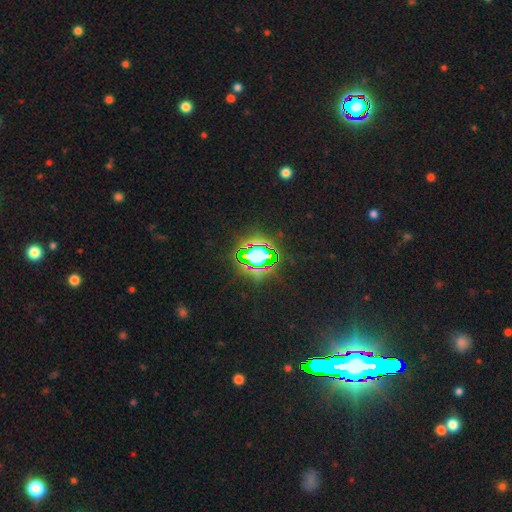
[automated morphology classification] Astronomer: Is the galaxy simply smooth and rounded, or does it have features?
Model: star or artifact — 75%.